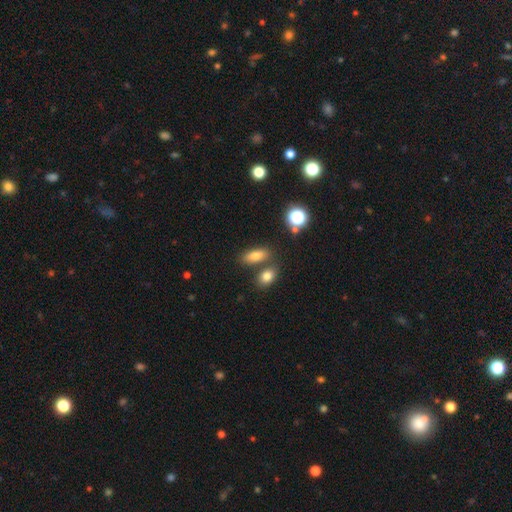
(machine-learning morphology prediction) This appears to be a smooth galaxy with no disk features (79%) that is in between round and cigar-shaped (75%). Merging: none (64%).